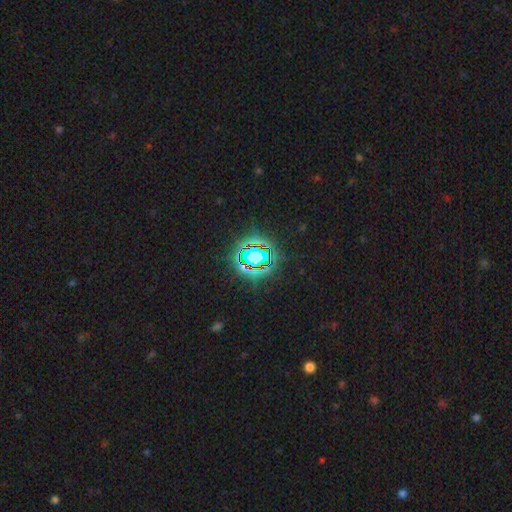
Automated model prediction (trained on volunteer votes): Q: Smooth or featured?
A: star or artifact (80%); runner-up: smooth (12%)